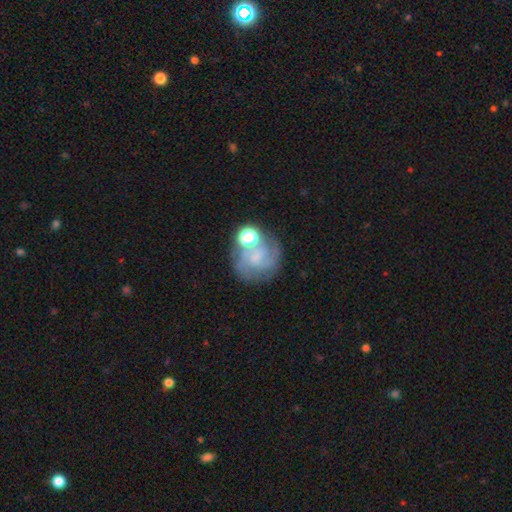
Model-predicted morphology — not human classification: Overall: featured or disk (58%; smooth 29%). Edge-on disk: no (98%). Bar: no (63%; weak 29%). Spiral arms: yes (76%). Bulge size: none (37%; small 31%). Merging: none (51%; merger 19%).